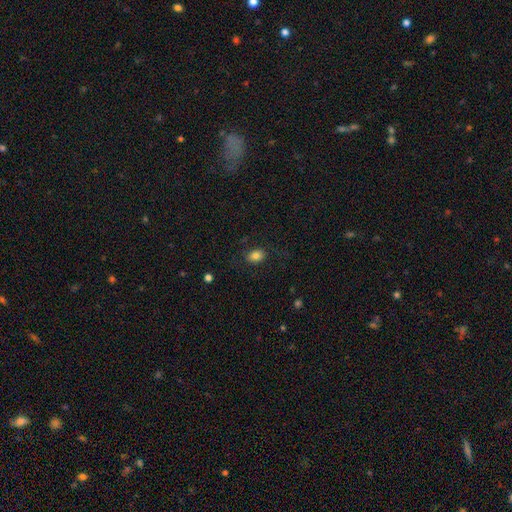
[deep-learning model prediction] Smooth or featured? smooth (82%)
How rounded? in between (78%)
Merging? none (81%)